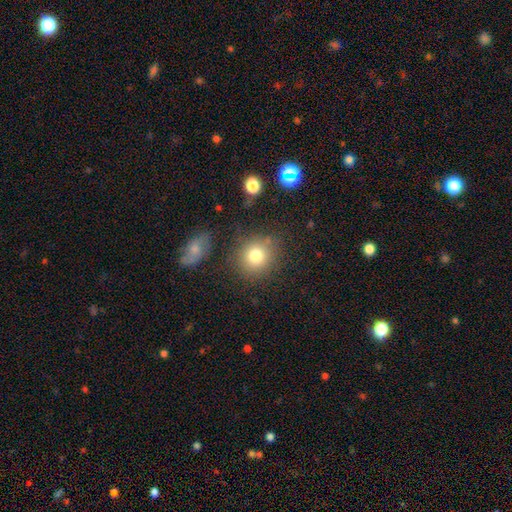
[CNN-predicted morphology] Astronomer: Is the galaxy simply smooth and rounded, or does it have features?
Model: smooth — 79%.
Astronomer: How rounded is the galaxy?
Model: round — 82%.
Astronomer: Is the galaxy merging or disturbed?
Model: none — 79%.